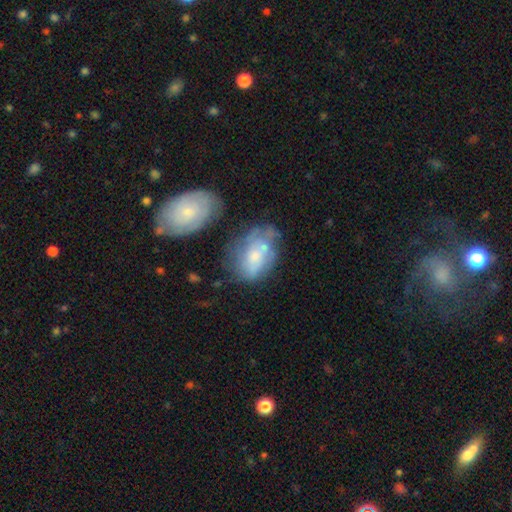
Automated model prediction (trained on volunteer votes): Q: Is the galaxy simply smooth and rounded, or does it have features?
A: featured or disk — 49%.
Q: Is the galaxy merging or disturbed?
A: none — 41%.